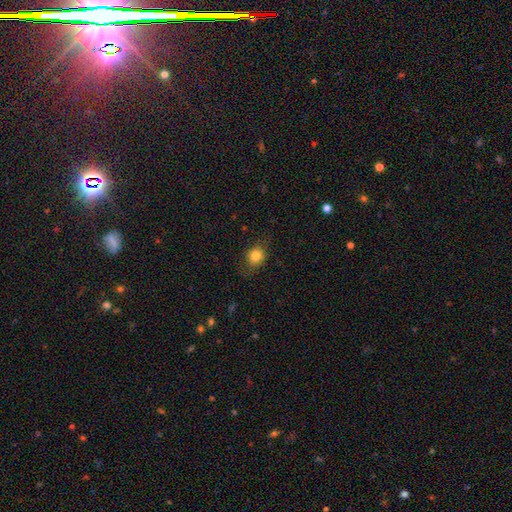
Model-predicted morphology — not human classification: Overall: smooth (81%). How rounded: round (59%; in between 39%). Merging: none (76%).